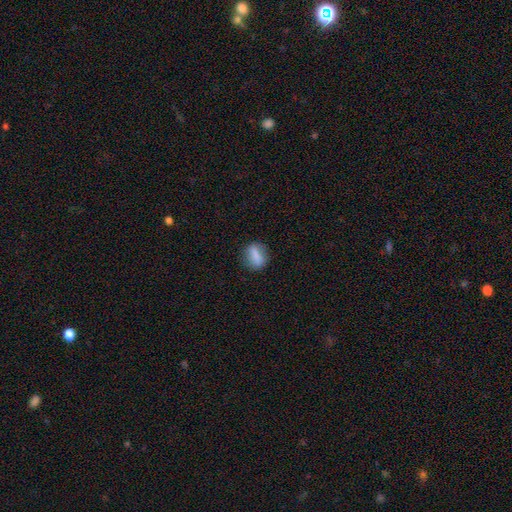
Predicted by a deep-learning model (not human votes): This appears to be a smooth galaxy with no disk features (76%) that is in between round and cigar-shaped (54%). Merging: none (81%).